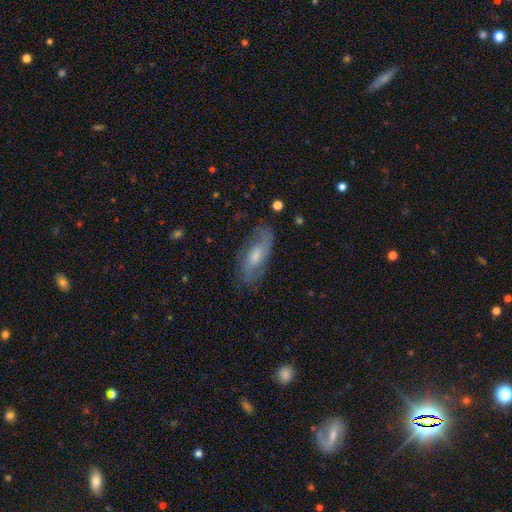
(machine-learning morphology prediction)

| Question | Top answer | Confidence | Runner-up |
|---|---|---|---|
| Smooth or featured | featured or disk | 61% | smooth (31%) |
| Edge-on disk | no | 85% | yes (15%) |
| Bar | no | 50% | weak (40%) |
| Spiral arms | yes | 84% | no (16%) |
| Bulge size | moderate | 53% | small (31%) |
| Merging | none | 75% | minor disturbance (18%) |